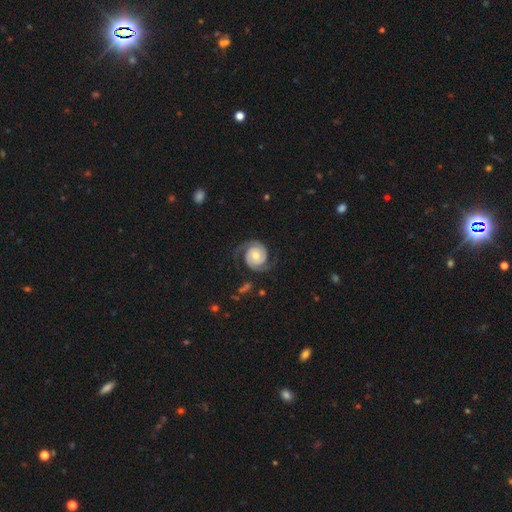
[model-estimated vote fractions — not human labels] The model was most divided on "spiral winding": tight: 57%, medium: 32%, loose: 11%. More confident: edge-on disk — no (98%); spiral arms — yes (97%); spiral arm count — 2 (90%); smooth or featured — featured or disk (87%); merging — none (75%); bar — no (73%); bulge size — moderate (65%).